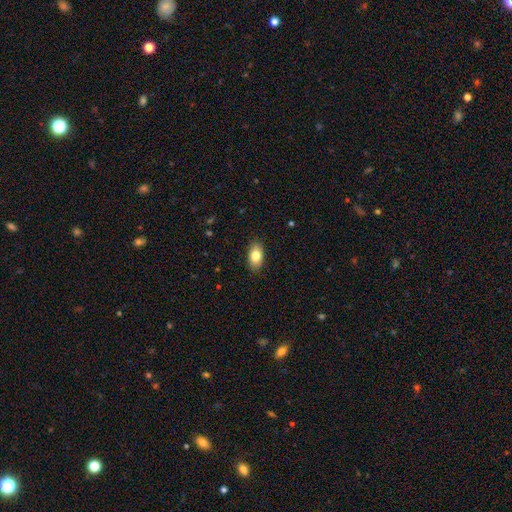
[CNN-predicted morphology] This is clearly a smooth galaxy (81%). How rounded: clearly in between (91%). Merging: clearly none (88%).